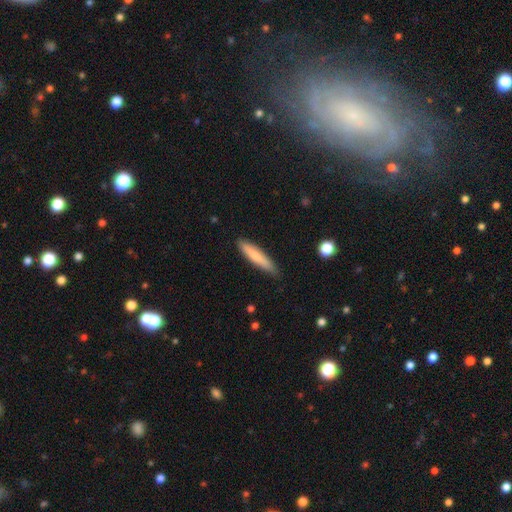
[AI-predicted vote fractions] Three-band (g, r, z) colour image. It shows a smooth galaxy with no disk features (75%) that is cigar-shaped (86%). Merging: none (84%).